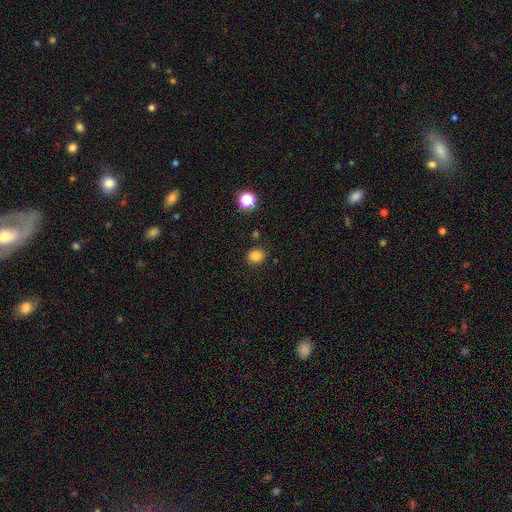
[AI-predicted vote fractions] smooth 83%, star or artifact 13%, featured or disk 4%. Down the decision tree: how rounded — round (65%); merging — none (85%).